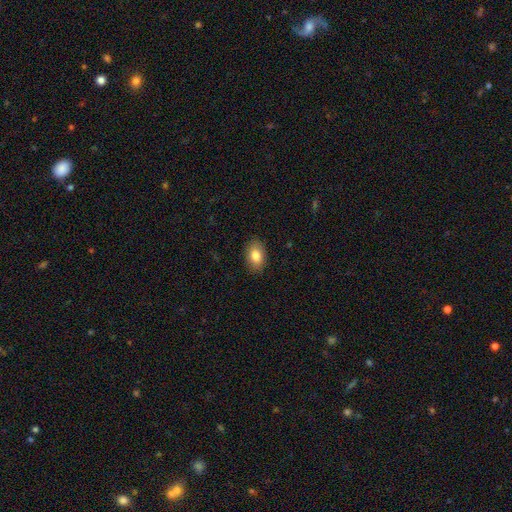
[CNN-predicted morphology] This is clearly a smooth galaxy (83%). How rounded: clearly in between (89%). Merging: clearly none (88%).